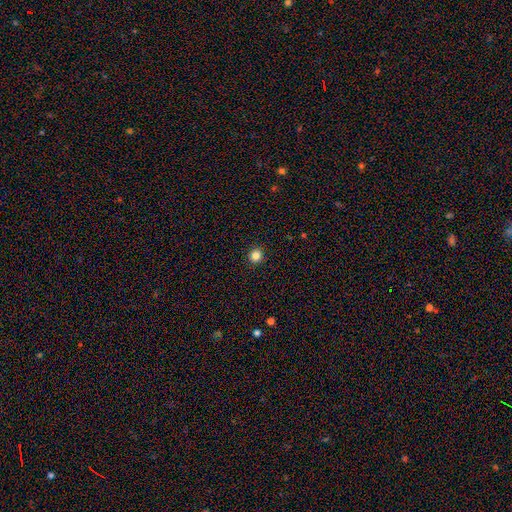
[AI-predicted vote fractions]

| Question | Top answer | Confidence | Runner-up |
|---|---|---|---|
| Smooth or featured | smooth | 84% | star or artifact (12%) |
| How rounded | round | 92% | in between (7%) |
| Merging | none | 93% | minor disturbance (4%) |